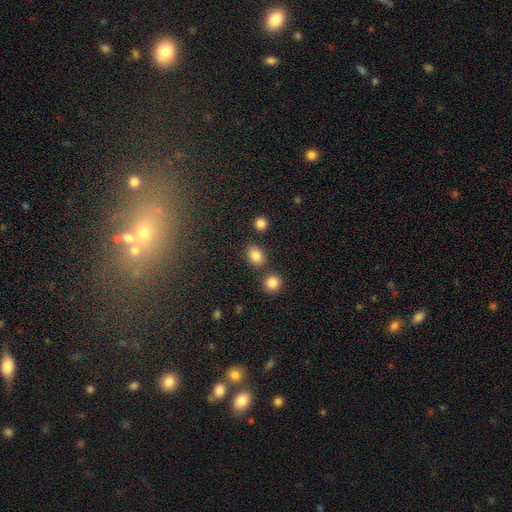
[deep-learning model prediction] Q: Smooth or featured?
A: smooth (83%); runner-up: star or artifact (11%)
Q: How rounded?
A: in between (51%); runner-up: round (48%)
Q: Merging?
A: none (80%); runner-up: minor disturbance (9%)